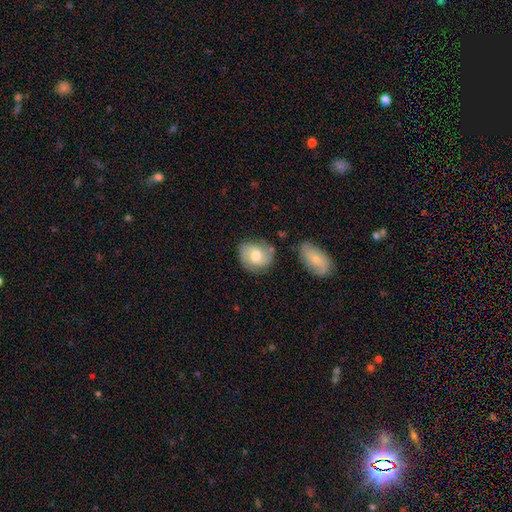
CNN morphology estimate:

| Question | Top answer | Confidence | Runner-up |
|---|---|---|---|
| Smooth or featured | featured or disk | 50% | smooth (43%) |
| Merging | none | 70% | minor disturbance (19%) |